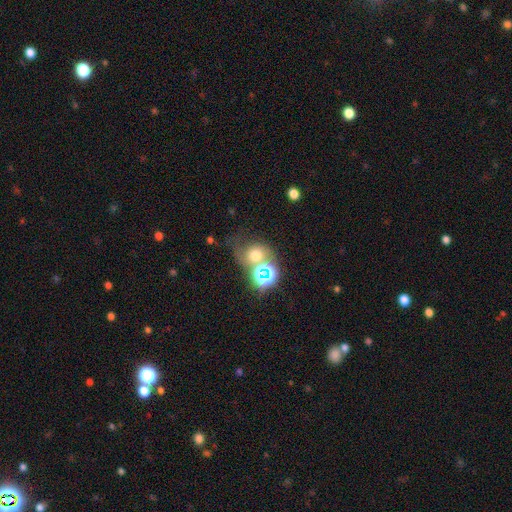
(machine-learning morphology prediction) smooth-or-featured: smooth: 53% | star or artifact: 27% | featured or disk: 20%
  how-rounded: round: 68% | in between: 31% | cigar-shaped: 1%
  merging: none: 38% | merger: 32% | major disturbance: 15% | minor disturbance: 15%